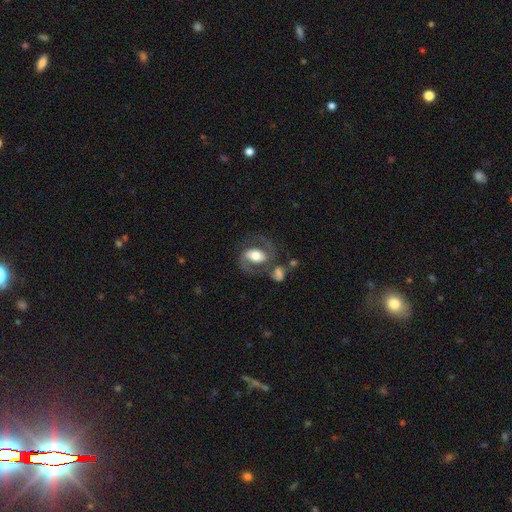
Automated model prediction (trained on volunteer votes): Q: Smooth or featured?
A: featured or disk (76%); runner-up: smooth (18%)
Q: Edge-on disk?
A: no (97%); runner-up: yes (3%)
Q: Bar?
A: weak (36%); runner-up: no (35%)
Q: Spiral arms?
A: yes (90%); runner-up: no (10%)
Q: Spiral winding?
A: medium (56%); runner-up: loose (25%)
Q: Spiral arm count?
A: 2 (89%); runner-up: 1 (4%)
Q: Bulge size?
A: moderate (56%); runner-up: large (31%)
Q: Merging?
A: none (56%); runner-up: minor disturbance (16%)